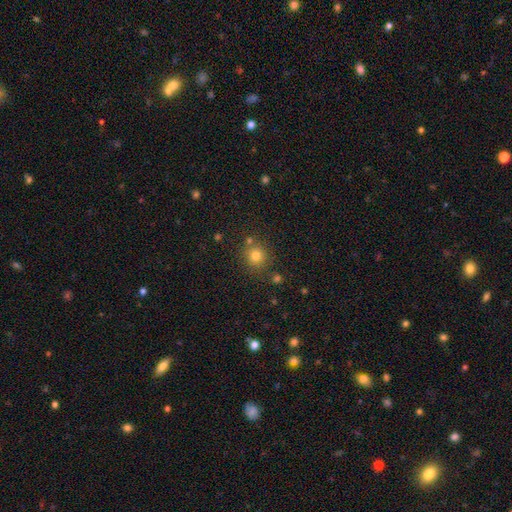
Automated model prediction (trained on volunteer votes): The model was most divided on "smooth or featured": smooth: 79%, star or artifact: 15%, featured or disk: 6%. More confident: how rounded — round (92%); merging — none (80%).